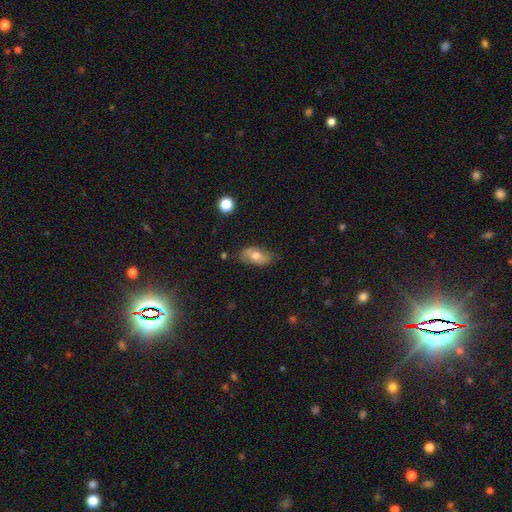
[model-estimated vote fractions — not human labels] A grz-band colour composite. It shows a smooth galaxy with no disk features (60%) that is in between round and cigar-shaped (89%). Merging: none (75%).